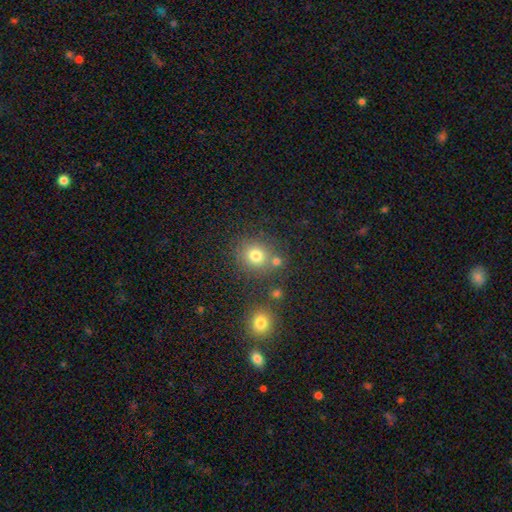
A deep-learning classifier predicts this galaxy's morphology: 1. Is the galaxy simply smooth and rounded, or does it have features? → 76% smooth, 15% star or artifact, 8% featured or disk.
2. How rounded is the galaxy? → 84% round, 15% in between, 1% cigar-shaped.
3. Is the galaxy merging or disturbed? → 70% none, 16% merger, 10% minor disturbance, 4% major disturbance.